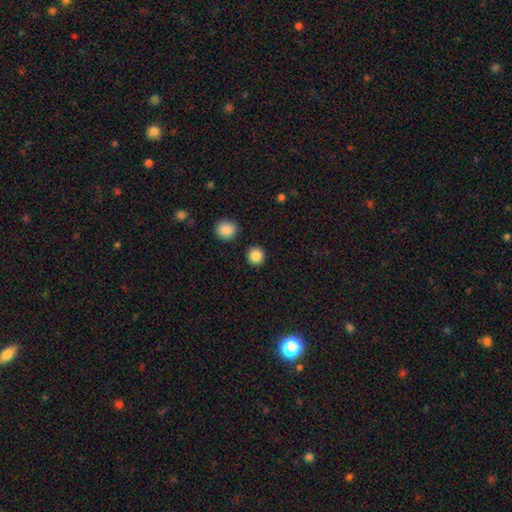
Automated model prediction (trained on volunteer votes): Q: Smooth or featured?
A: smooth (87%); runner-up: star or artifact (10%)
Q: How rounded?
A: round (93%); runner-up: in between (6%)
Q: Merging?
A: none (91%); runner-up: minor disturbance (5%)